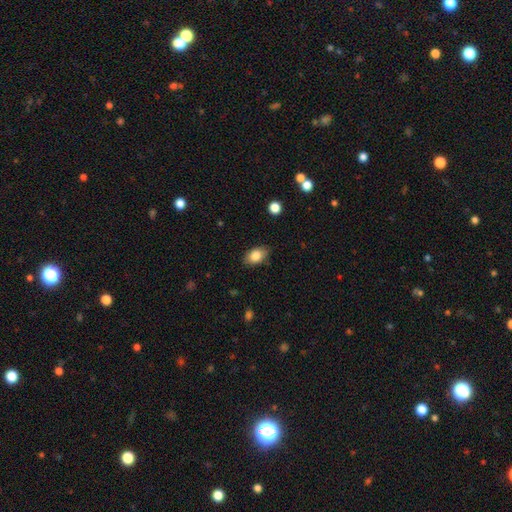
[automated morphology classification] Q: Smooth or featured?
A: smooth (83%); runner-up: featured or disk (9%)
Q: How rounded?
A: in between (88%); runner-up: round (10%)
Q: Merging?
A: none (84%); runner-up: minor disturbance (12%)